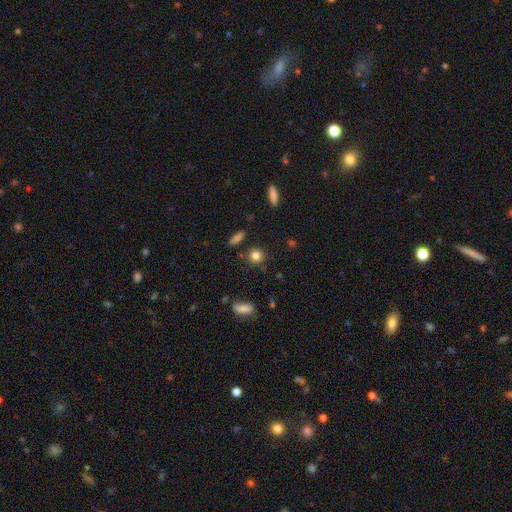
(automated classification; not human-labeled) Morphology: type=smooth (82%); roundness=round (83%); merging=none (83%).